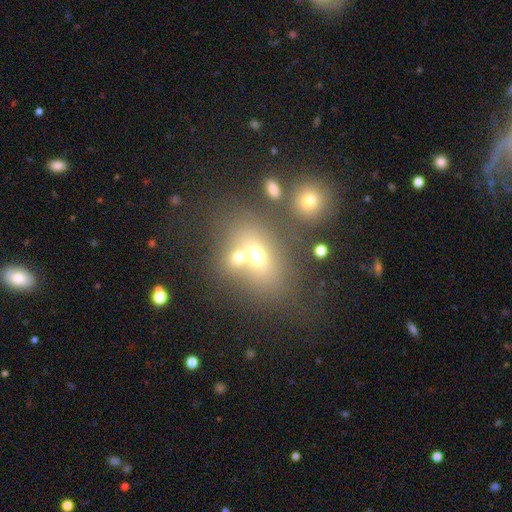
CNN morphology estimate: This appears to be a smooth galaxy with no disk features (60%) that is in between round and cigar-shaped (64%). Merging: merger (44%).